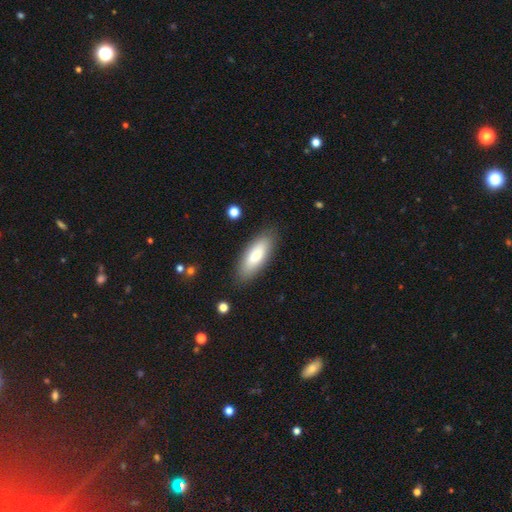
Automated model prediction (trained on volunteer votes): A smooth galaxy with no disk features (77%) that is in between round and cigar-shaped (71%).

Vote fractions:
- Smooth or featured? smooth: 77% / featured or disk: 16% / star or artifact: 6%
- How rounded? in between: 71% / cigar-shaped: 27% / round: 2%
- Merging? none: 84% / minor disturbance: 11% / major disturbance: 3% / merger: 2%